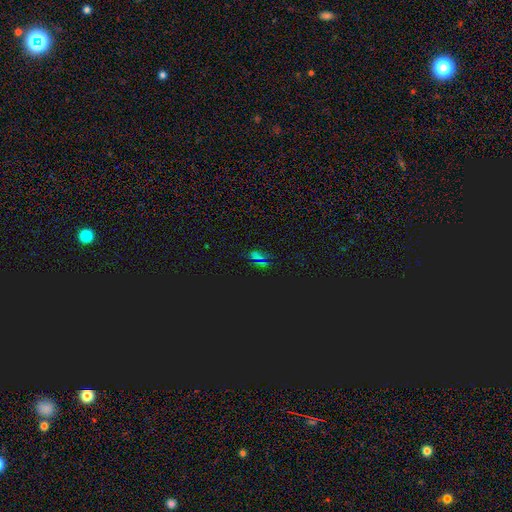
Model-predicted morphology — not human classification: smooth_or_featured: star or artifact (p=0.65) [alt: smooth p=0.27]